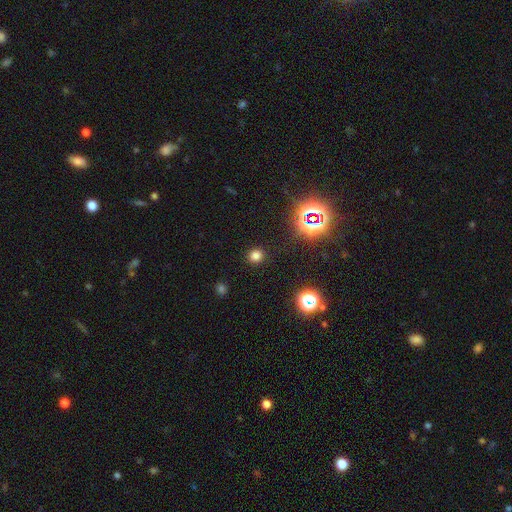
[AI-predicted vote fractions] Smooth or featured?
  - smooth: 73% *
  - star or artifact: 22%
  - featured or disk: 5%
How rounded?
  - round: 87% *
  - in between: 12%
  - cigar-shaped: 1%
Merging?
  - none: 90% *
  - minor disturbance: 6%
  - major disturbance: 2%
  - merger: 1%